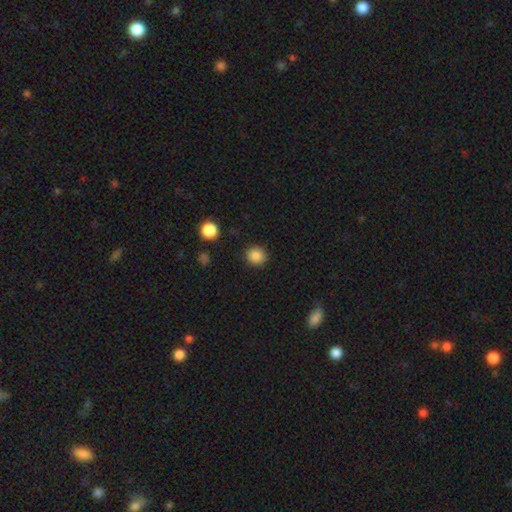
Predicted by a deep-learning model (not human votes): Smooth or featured: smooth — 86% (star or artifact — 10%)
How rounded: round — 92% (in between — 7%)
Merging: none — 91% (minor disturbance — 6%)